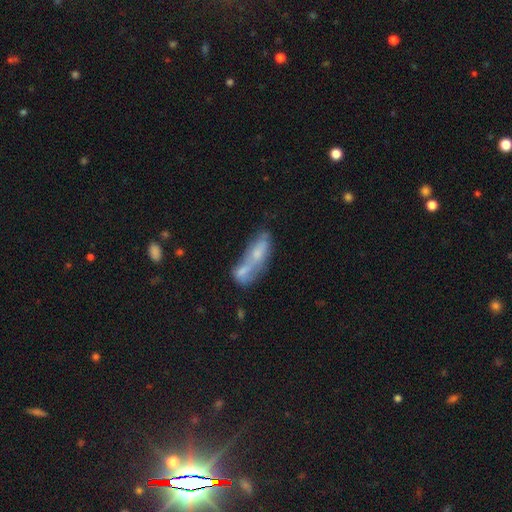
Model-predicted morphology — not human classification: smooth-or-featured: smooth: 51% | featured or disk: 39% | star or artifact: 10%
  how-rounded: in between: 59% | cigar-shaped: 37% | round: 5%
  merging: merger: 58% | none: 22% | minor disturbance: 12% | major disturbance: 9%